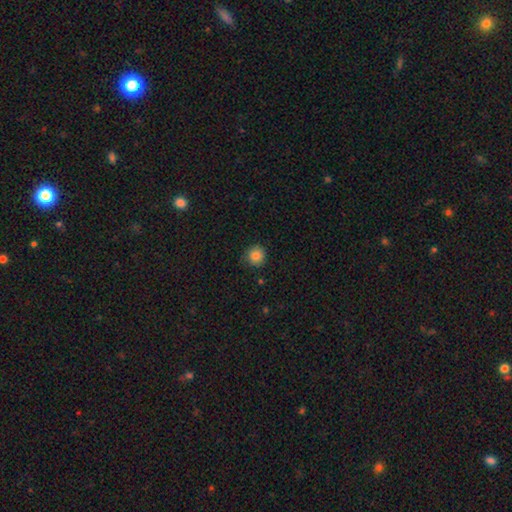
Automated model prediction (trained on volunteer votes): Smooth or featured?
  - smooth: 84% *
  - star or artifact: 11%
  - featured or disk: 5%
How rounded?
  - round: 93% *
  - in between: 6%
  - cigar-shaped: 1%
Merging?
  - none: 85% *
  - minor disturbance: 11%
  - major disturbance: 2%
  - merger: 1%